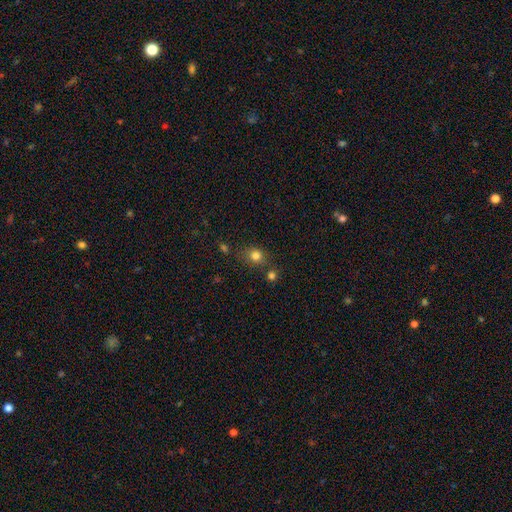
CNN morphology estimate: This is clearly a smooth galaxy (80%). How rounded: likely round (71%). Merging: likely none (71%).